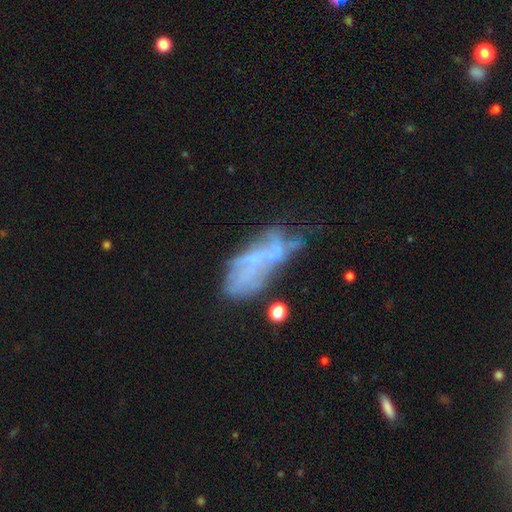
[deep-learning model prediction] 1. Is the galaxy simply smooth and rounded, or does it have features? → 56% featured or disk, 30% smooth, 14% star or artifact.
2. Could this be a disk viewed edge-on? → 91% no, 9% yes.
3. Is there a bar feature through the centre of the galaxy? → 84% no, 12% weak, 5% strong.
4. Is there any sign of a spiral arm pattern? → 81% no, 19% yes.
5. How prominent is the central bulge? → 64% none, 27% small, 7% moderate, 1% large, 1% dominant.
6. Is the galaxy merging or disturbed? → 32% none, 27% major disturbance, 25% minor disturbance, 15% merger.